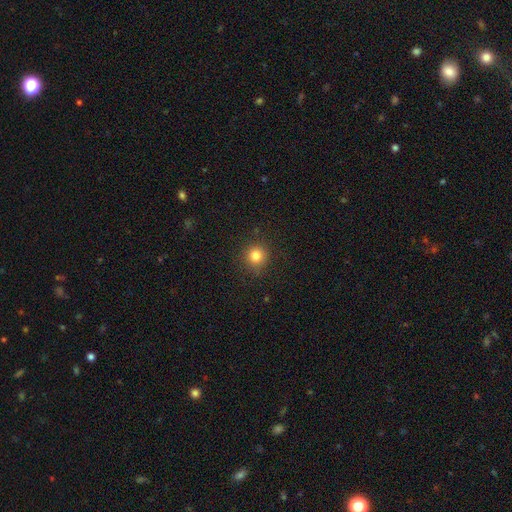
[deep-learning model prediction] Smooth or featured: smooth — 82% (star or artifact — 13%)
How rounded: round — 92% (in between — 7%)
Merging: none — 88% (minor disturbance — 8%)